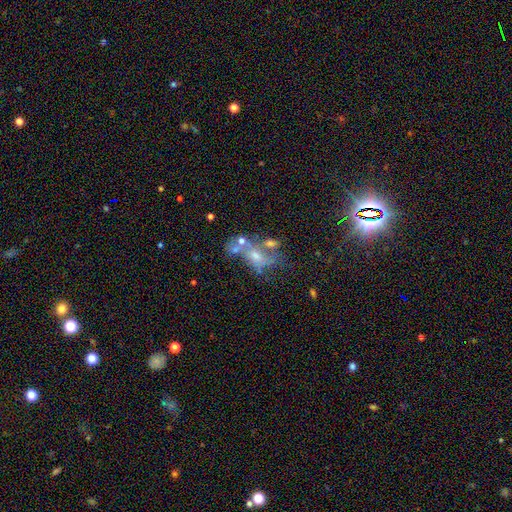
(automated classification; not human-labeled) Q: Smooth or featured?
A: featured or disk (49%); runner-up: star or artifact (27%)
Q: Merging?
A: merger (37%); runner-up: none (29%)